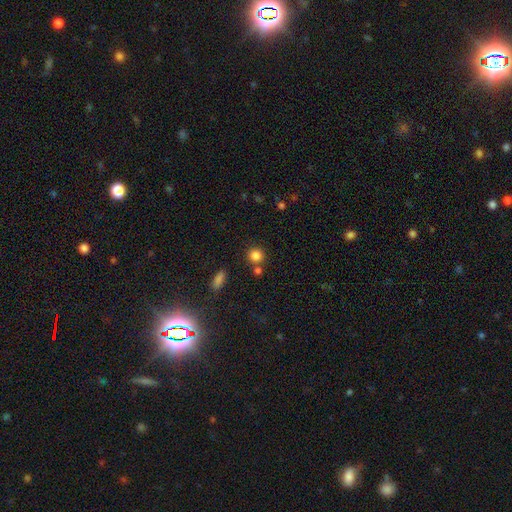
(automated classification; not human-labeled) smooth_or_featured: smooth (p=0.83) [alt: star or artifact p=0.12]
how_rounded: round (p=0.89) [alt: in between p=0.10]
merging: none (p=0.73) [alt: merger p=0.15]